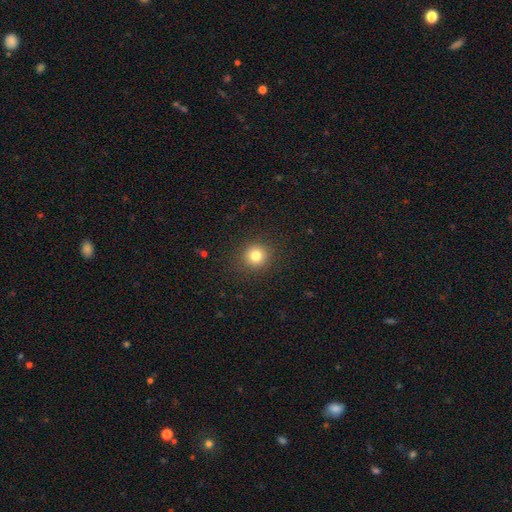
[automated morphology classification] Smooth or featured?
  - smooth: 80% *
  - star or artifact: 13%
  - featured or disk: 7%
How rounded?
  - round: 93% *
  - in between: 6%
  - cigar-shaped: 1%
Merging?
  - none: 90% *
  - minor disturbance: 6%
  - major disturbance: 3%
  - merger: 1%